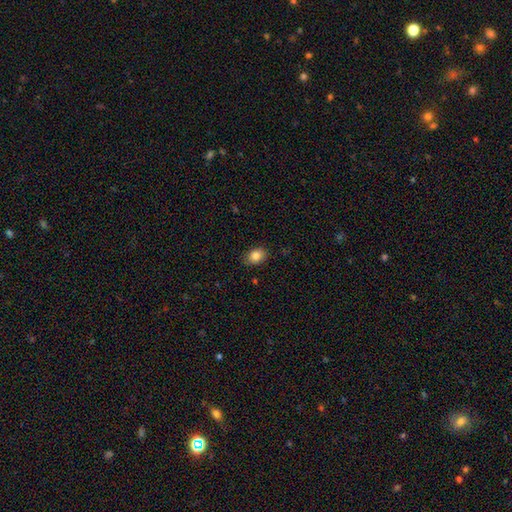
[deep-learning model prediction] smooth 85%, star or artifact 9%, featured or disk 6%. Down the decision tree: how rounded — in between (74%); merging — none (85%).